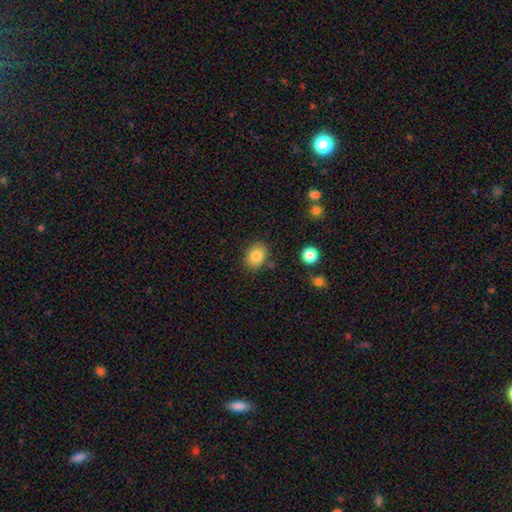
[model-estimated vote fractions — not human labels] smooth_or_featured: smooth (p=0.84) [alt: star or artifact p=0.09]
how_rounded: in between (p=0.53) [alt: round p=0.46]
merging: none (p=0.82) [alt: minor disturbance p=0.12]